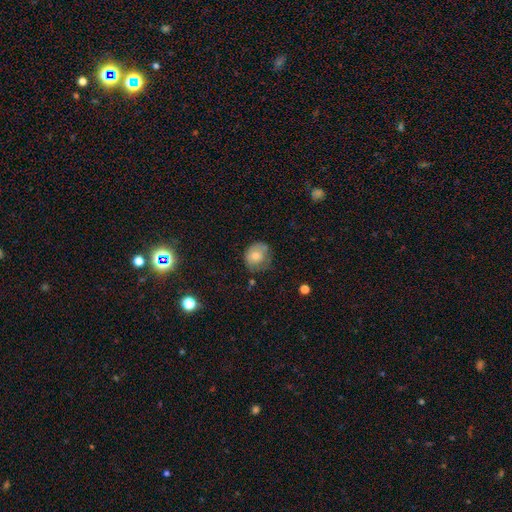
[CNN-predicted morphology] Smooth or featured? smooth (66%)
How rounded? round (70%)
Merging? none (52%)